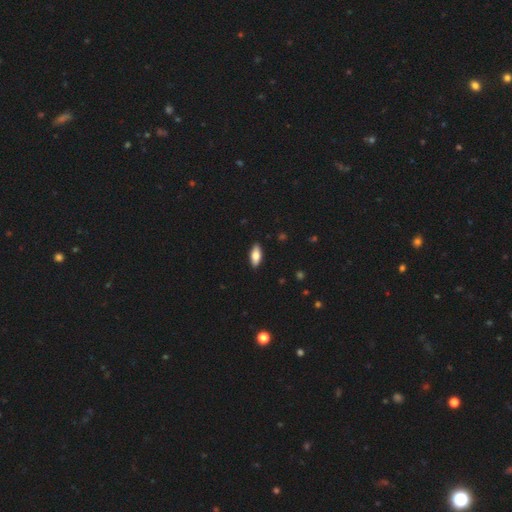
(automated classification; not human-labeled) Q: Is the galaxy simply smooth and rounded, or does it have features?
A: smooth — 74%.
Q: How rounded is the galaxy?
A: in between — 81%.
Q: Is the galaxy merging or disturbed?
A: none — 90%.